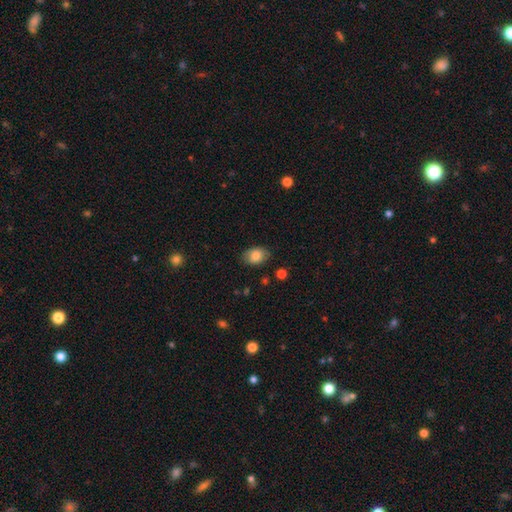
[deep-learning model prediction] Smooth or featured? Predicted: smooth (p=0.81). How rounded? Predicted: in between (p=0.80). Merging? Predicted: none (p=0.80).